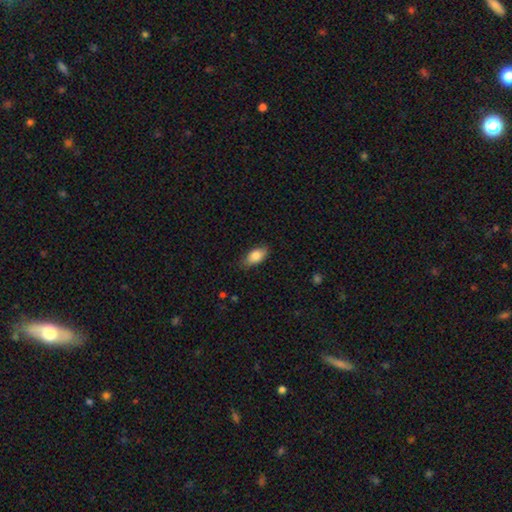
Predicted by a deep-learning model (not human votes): smooth_or_featured: smooth (p=0.82) [alt: featured or disk p=0.11]
how_rounded: in between (p=0.89) [alt: cigar-shaped p=0.07]
merging: none (p=0.80) [alt: minor disturbance p=0.17]